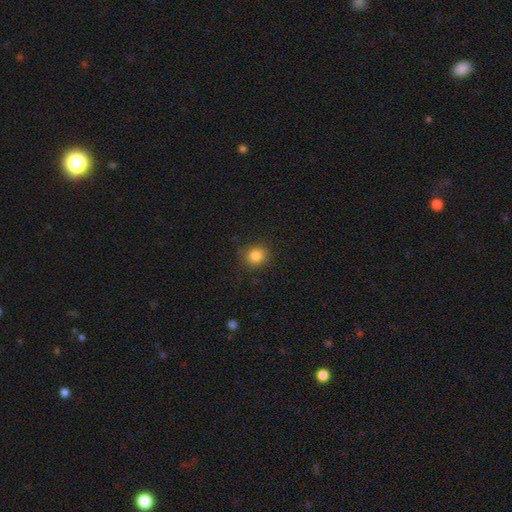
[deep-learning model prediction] This is clearly a smooth galaxy (84%). How rounded: clearly round (82%). Merging: clearly none (87%).